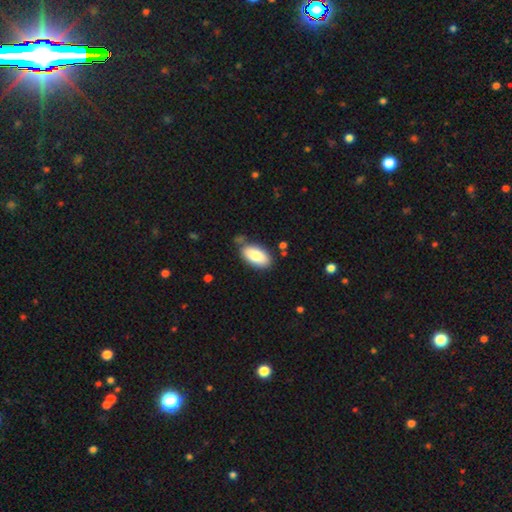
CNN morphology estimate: This is clearly a smooth galaxy (82%). How rounded: clearly in between (94%). Merging: likely none (77%).